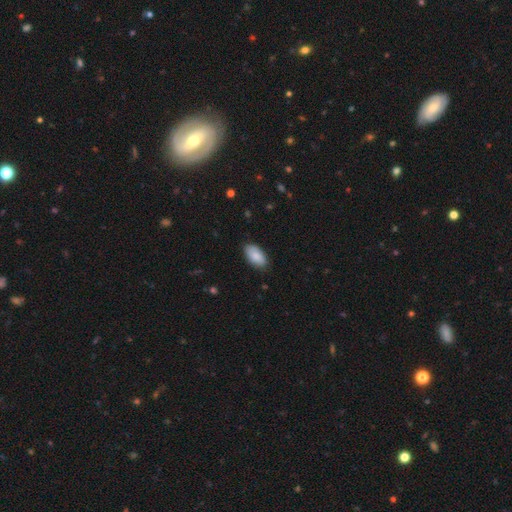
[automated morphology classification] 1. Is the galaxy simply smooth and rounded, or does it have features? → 87% smooth, 7% featured or disk, 6% star or artifact.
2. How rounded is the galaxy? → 95% in between, 3% round, 3% cigar-shaped.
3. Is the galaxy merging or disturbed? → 84% none, 13% minor disturbance, 2% major disturbance, 1% merger.